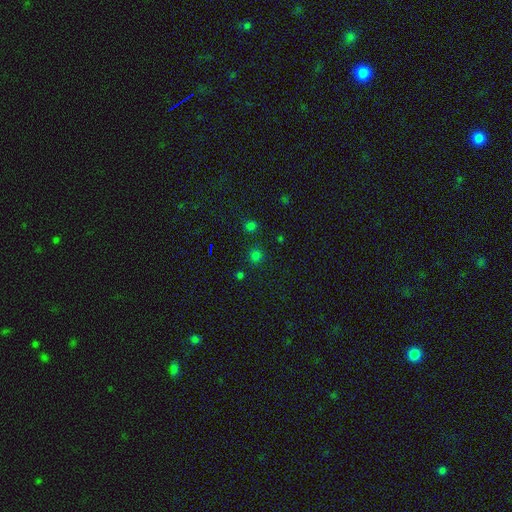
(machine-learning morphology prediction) Overall: smooth (67%; star or artifact 29%). How rounded: round (89%). Merging: none (85%).